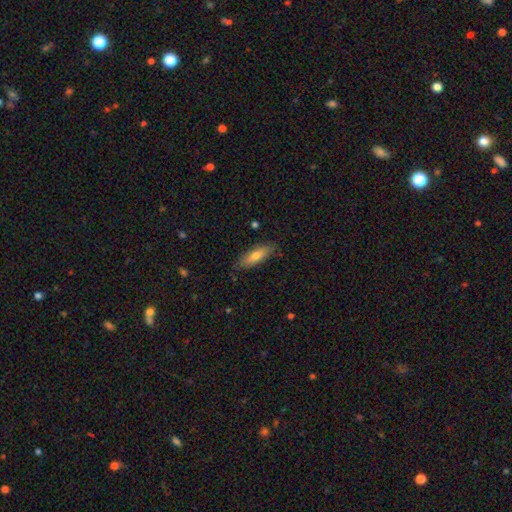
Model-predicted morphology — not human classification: Q: Smooth or featured?
A: smooth (69%); runner-up: featured or disk (25%)
Q: How rounded?
A: in between (53%); runner-up: cigar-shaped (45%)
Q: Merging?
A: none (80%); runner-up: minor disturbance (15%)